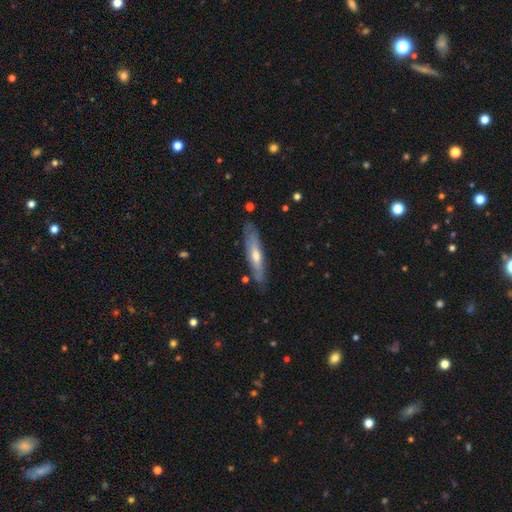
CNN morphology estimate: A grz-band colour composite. It shows a featured or disk galaxy (50%). Merging: none (80%).